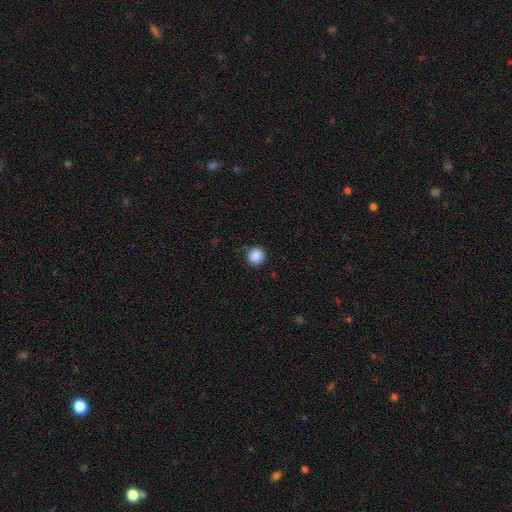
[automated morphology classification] smooth-or-featured: smooth: 88% | star or artifact: 9% | featured or disk: 3%
  how-rounded: round: 88% | in between: 11% | cigar-shaped: 1%
  merging: none: 87% | minor disturbance: 9% | major disturbance: 2% | merger: 2%